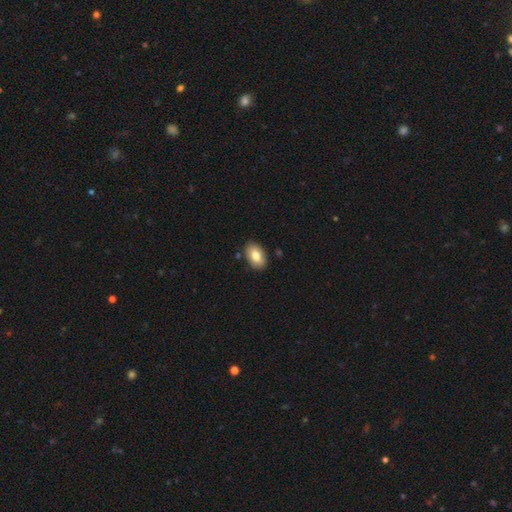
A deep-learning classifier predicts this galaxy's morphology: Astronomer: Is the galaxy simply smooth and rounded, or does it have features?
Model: smooth — 80%.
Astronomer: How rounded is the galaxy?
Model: in between — 93%.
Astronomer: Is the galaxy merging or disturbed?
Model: none — 86%.